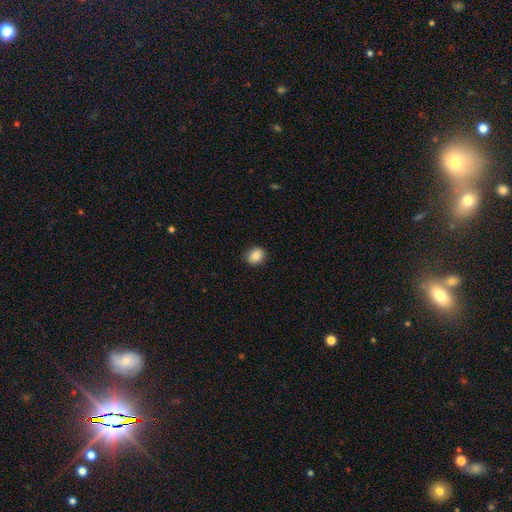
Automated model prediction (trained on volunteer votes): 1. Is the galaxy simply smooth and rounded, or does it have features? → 87% smooth, 9% star or artifact, 5% featured or disk.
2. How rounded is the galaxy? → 68% round, 31% in between, 1% cigar-shaped.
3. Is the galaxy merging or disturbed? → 89% none, 8% minor disturbance, 2% major disturbance, 1% merger.